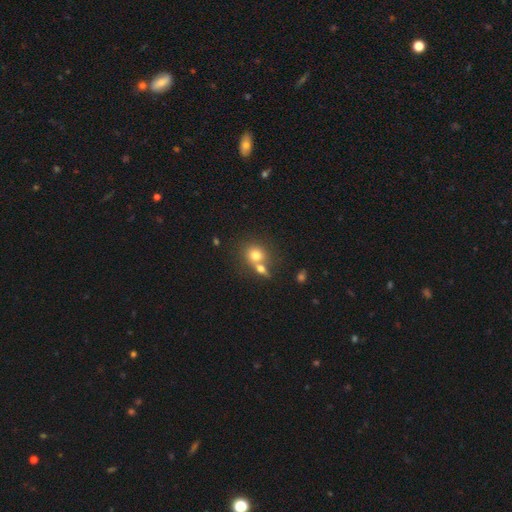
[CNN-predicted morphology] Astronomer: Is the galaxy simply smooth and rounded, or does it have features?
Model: smooth — 75%.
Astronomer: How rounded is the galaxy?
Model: round — 75%.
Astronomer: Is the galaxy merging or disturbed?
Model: merger — 48% (runner-up: none, 41%).